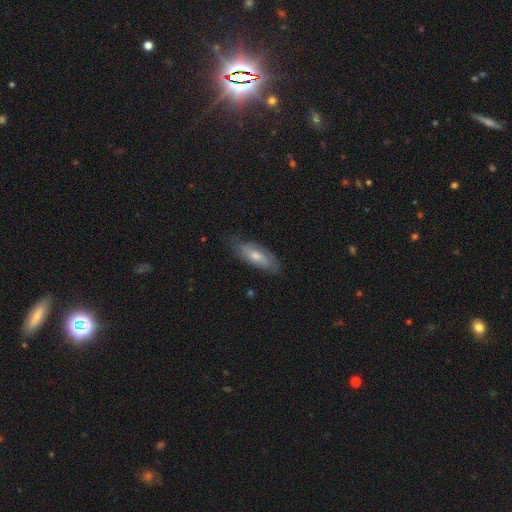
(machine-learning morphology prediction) Smooth or featured? Predicted: featured or disk (p=0.47). Merging? Predicted: none (p=0.73).